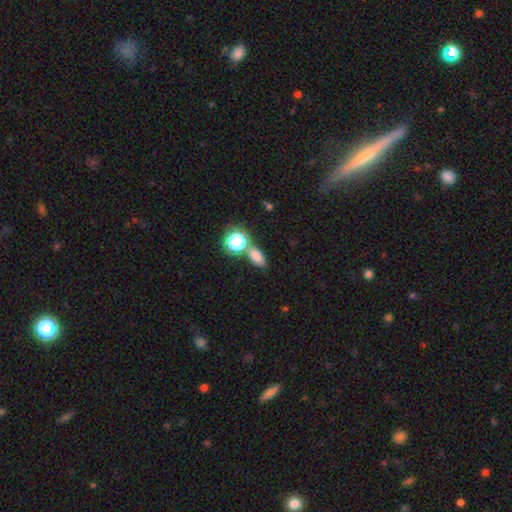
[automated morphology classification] Overall: smooth (71%). How rounded: in between (73%). Merging: none (67%).